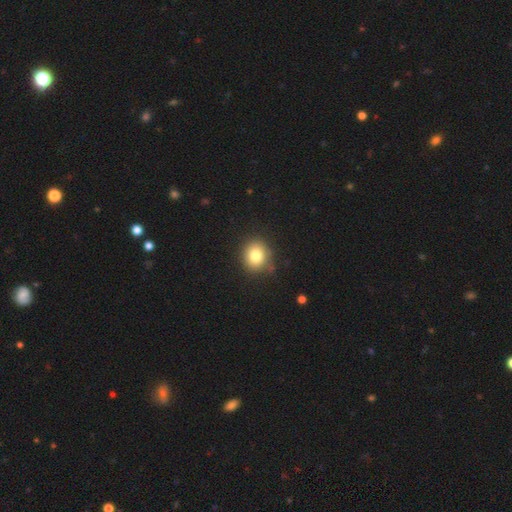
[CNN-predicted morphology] Smooth or featured? Predicted: smooth (p=0.80). How rounded? Predicted: round (p=0.75). Merging? Predicted: none (p=0.84).